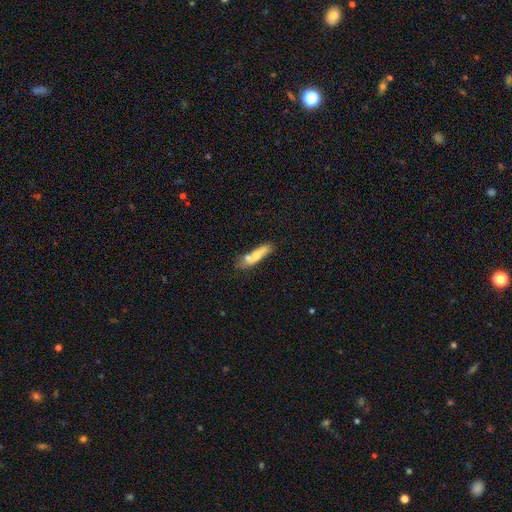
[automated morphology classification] This is likely a smooth galaxy (63%). How rounded: likely cigar-shaped (69%). Merging: possibly none (48%).